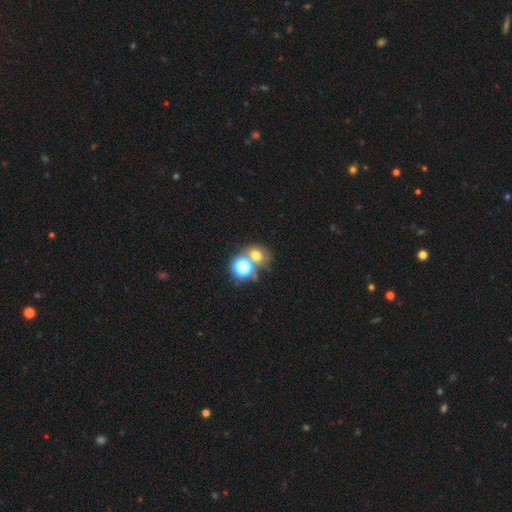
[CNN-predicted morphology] Overall: smooth (62%; star or artifact 25%). How rounded: round (59%; in between 40%). Merging: none (47%; merger 37%).